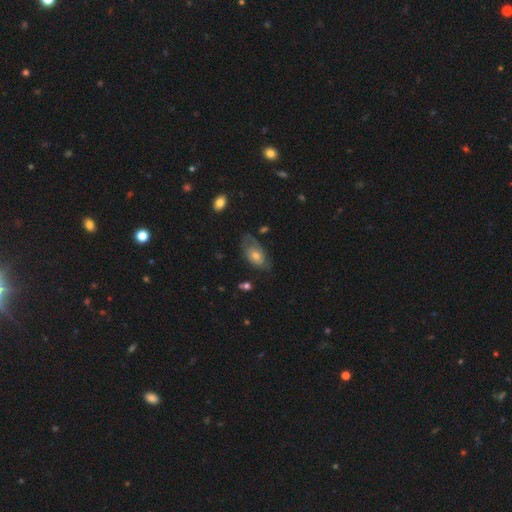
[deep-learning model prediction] smooth_or_featured: featured or disk (p=0.47) [alt: smooth p=0.44]
merging: none (p=0.60) [alt: minor disturbance p=0.26]